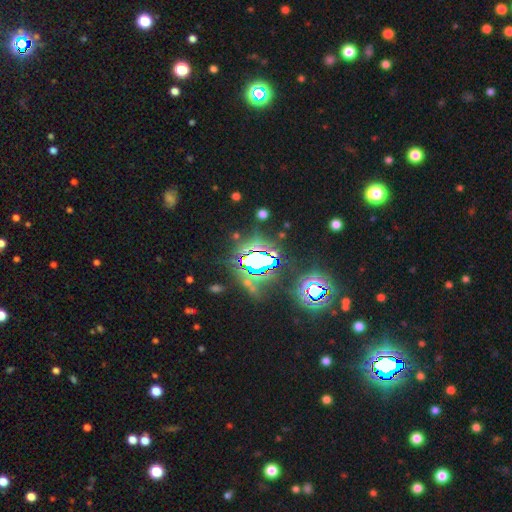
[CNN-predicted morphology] A star or artifact, not a galaxy (83%).